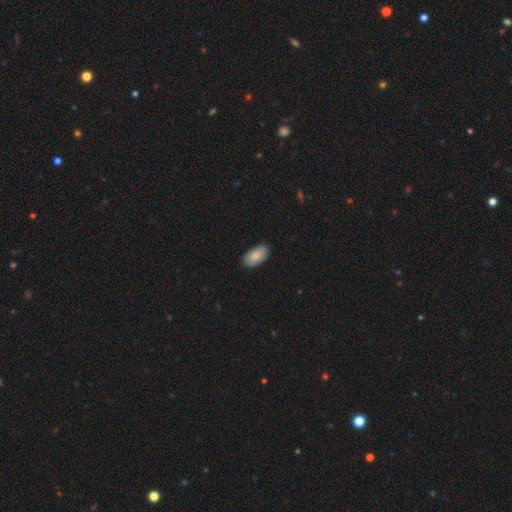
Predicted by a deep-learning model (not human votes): The model was most divided on "merging": none: 85%, minor disturbance: 12%, major disturbance: 2%, merger: 1%. More confident: how rounded — in between (95%); smooth or featured — smooth (87%).